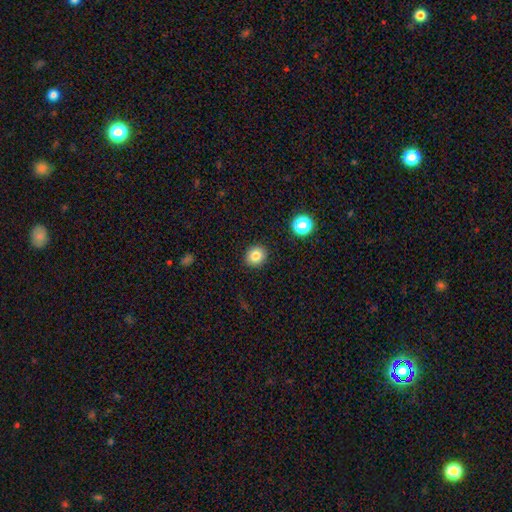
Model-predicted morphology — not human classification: A smooth galaxy with no disk features (83%) that is round (82%). Merging: none (90%).